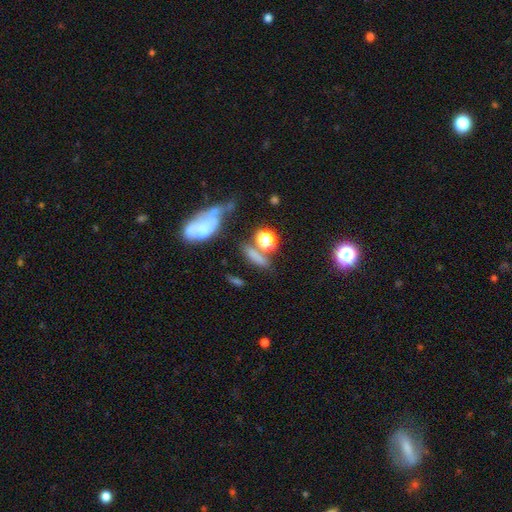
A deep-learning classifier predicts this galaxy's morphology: The model was most divided on "how rounded": cigar-shaped: 42%, in between: 34%, round: 24%. More confident: smooth or featured — smooth (63%); merging — none (60%).